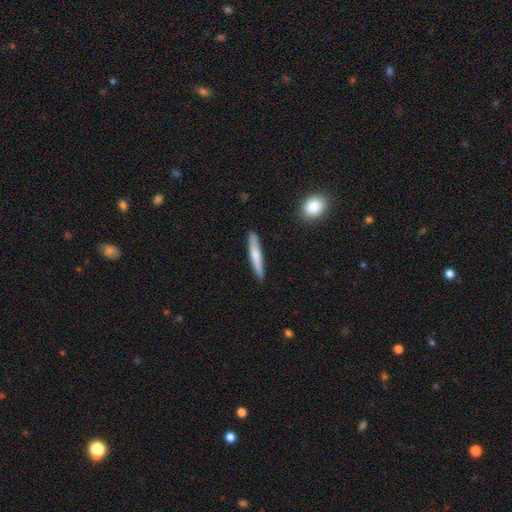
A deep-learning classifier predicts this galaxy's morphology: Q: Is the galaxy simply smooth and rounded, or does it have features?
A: smooth — 67%.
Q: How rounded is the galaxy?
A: cigar-shaped — 91%.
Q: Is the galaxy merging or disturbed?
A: none — 88%.